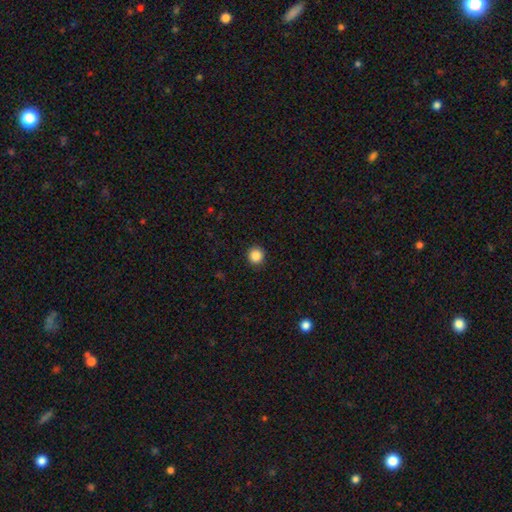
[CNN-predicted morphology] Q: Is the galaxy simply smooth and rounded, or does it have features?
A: smooth — 86%.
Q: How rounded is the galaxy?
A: round — 95%.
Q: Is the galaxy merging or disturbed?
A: none — 93%.